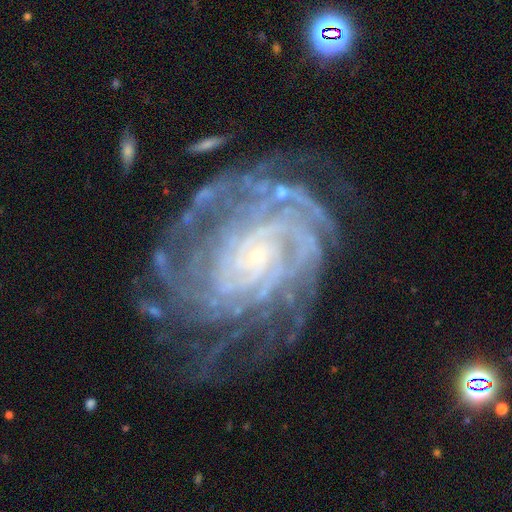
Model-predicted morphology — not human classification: A featured or disk galaxy (91%) with no bar (70%), more than 4 (28%) tight (78%) spiral arms (98%) and a small central bulge (86%).

Vote fractions:
- Smooth or featured? featured or disk: 91% / star or artifact: 6% / smooth: 4%
- Edge-on disk? no: 97% / yes: 3%
- Bar? no: 70% / weak: 21% / strong: 9%
- Spiral arms? yes: 98% / no: 2%
- Spiral winding? tight: 78% / medium: 19% / loose: 4%
- Spiral arm count? more than 4: 28% / can't tell: 21% / 4: 21% / 3: 11% / 2: 10% / 1: 8%
- Bulge size? small: 86% / moderate: 7% / none: 3% / large: 2% / dominant: 1%
- Merging? none: 69% / minor disturbance: 18% / major disturbance: 11% / merger: 2%